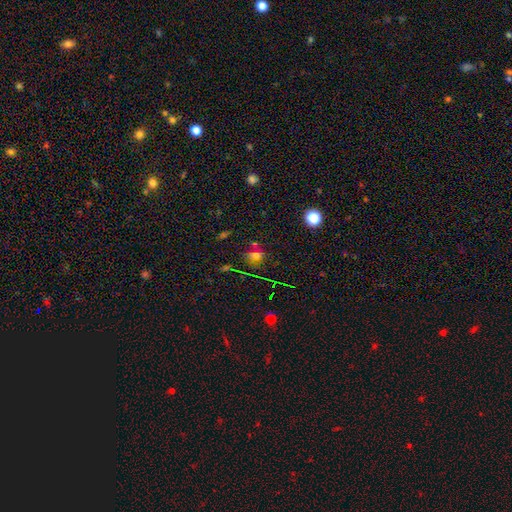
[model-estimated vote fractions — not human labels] Smooth or featured? smooth (55%)
How rounded? round (57%)
Merging? none (65%)